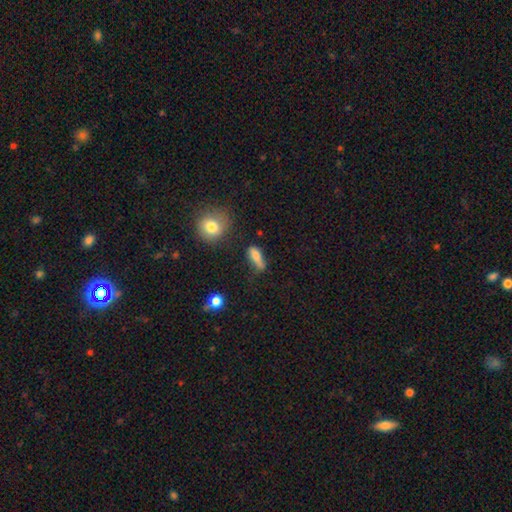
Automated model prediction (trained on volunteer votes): Smooth or featured?
  - smooth: 72% *
  - featured or disk: 17%
  - star or artifact: 11%
How rounded?
  - in between: 55% *
  - cigar-shaped: 38%
  - round: 8%
Merging?
  - none: 41% *
  - minor disturbance: 30%
  - major disturbance: 18%
  - merger: 11%